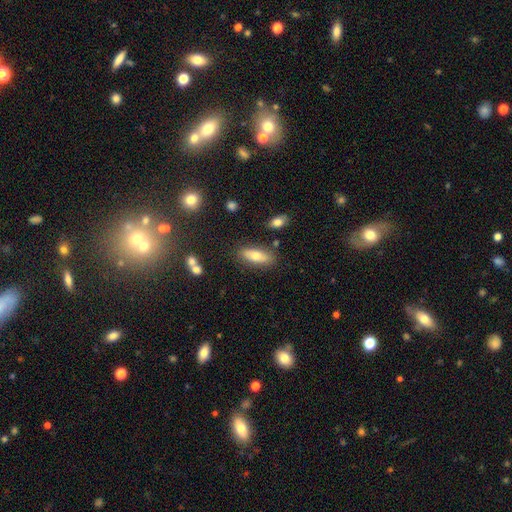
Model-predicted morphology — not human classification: Smooth or featured? Predicted: smooth (p=0.68). How rounded? Predicted: in between (p=0.70). Merging? Predicted: none (p=0.79).